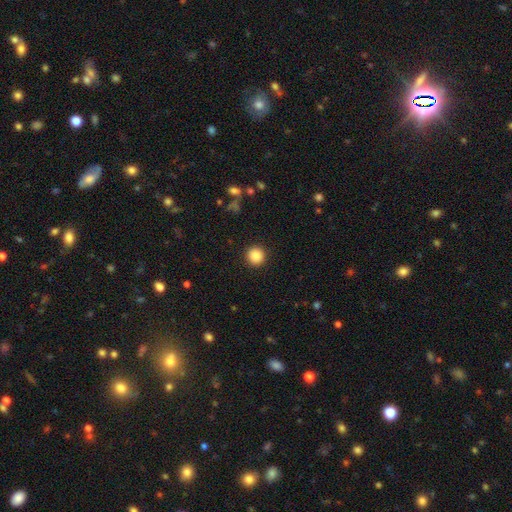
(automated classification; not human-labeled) smooth_or_featured: smooth (p=0.87) [alt: star or artifact p=0.09]
how_rounded: round (p=0.95) [alt: in between p=0.04]
merging: none (p=0.92) [alt: minor disturbance p=0.05]